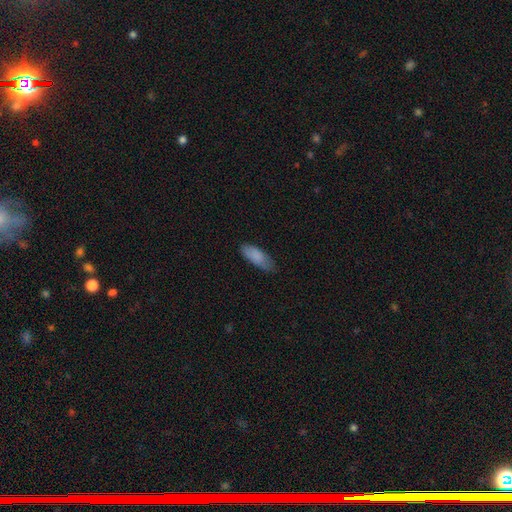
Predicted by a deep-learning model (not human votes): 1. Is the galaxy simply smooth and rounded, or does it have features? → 86% smooth, 8% featured or disk, 6% star or artifact.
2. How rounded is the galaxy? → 74% in between, 25% cigar-shaped, 2% round.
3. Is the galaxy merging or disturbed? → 71% none, 23% minor disturbance, 4% major disturbance, 1% merger.